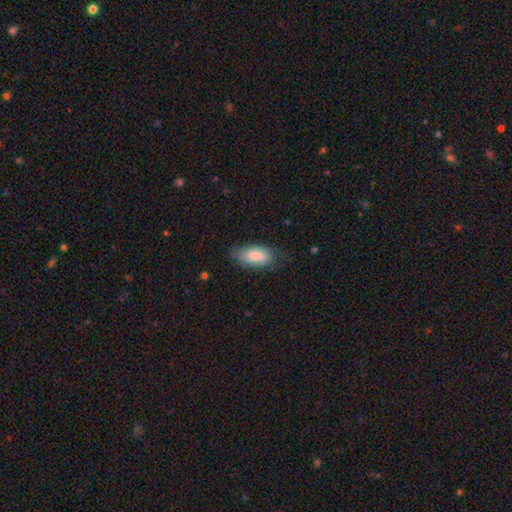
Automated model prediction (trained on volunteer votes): Smooth or featured?
  - smooth: 79% *
  - featured or disk: 15%
  - star or artifact: 6%
How rounded?
  - in between: 92% *
  - cigar-shaped: 5%
  - round: 3%
Merging?
  - none: 66% *
  - minor disturbance: 25%
  - major disturbance: 8%
  - merger: 1%